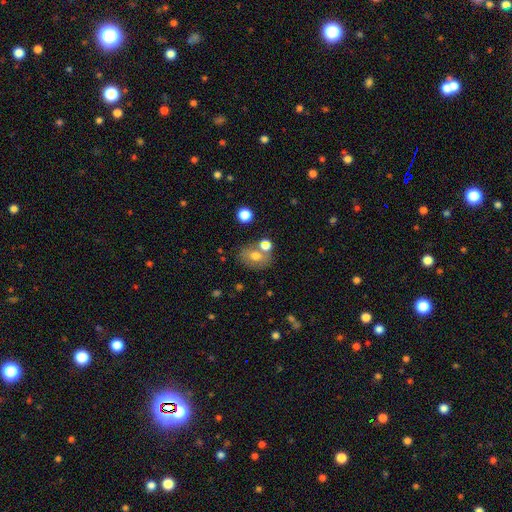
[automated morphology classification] Smooth or featured?
  - smooth: 70% *
  - featured or disk: 18%
  - star or artifact: 12%
How rounded?
  - in between: 53% *
  - round: 45%
  - cigar-shaped: 1%
Merging?
  - none: 58% *
  - merger: 25%
  - minor disturbance: 13%
  - major disturbance: 5%